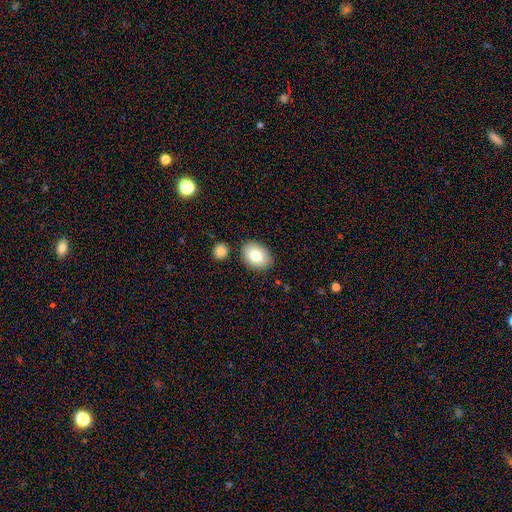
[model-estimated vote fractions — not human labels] The model was most divided on "how rounded": in between: 79%, round: 20%, cigar-shaped: 1%. More confident: merging — none (84%); smooth or featured — smooth (79%).